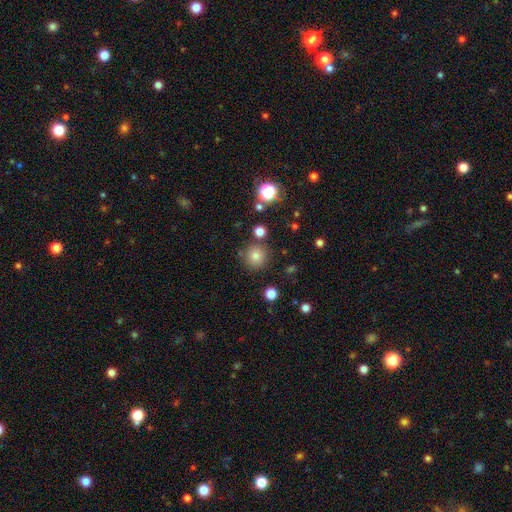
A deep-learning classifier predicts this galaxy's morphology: This is likely a smooth galaxy (78%). How rounded: clearly round (94%). Merging: clearly none (84%).